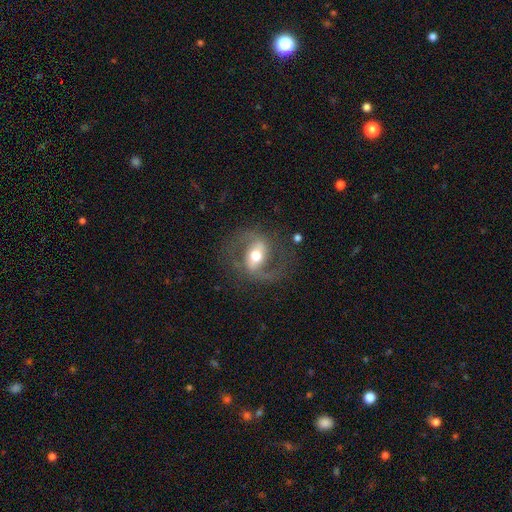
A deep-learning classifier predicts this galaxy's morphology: smooth-or-featured: featured or disk: 81% | smooth: 13% | star or artifact: 6%
  disk-edge-on: no: 96% | yes: 4%
    bar: strong: 44% | weak: 36% | no: 20%
    has-spiral-arms: yes: 87% | no: 13%
      spiral-winding: medium: 53% | loose: 33% | tight: 14%
      spiral-arm-count: 2: 90% | 1: 4% | can't tell: 4% | 3: 1% | 4: 1% | more than 4: 1%
    bulge-size: moderate: 68% | large: 20% | small: 9% | dominant: 2% | none: 1%
  merging: none: 74% | minor disturbance: 14% | major disturbance: 11% | merger: 2%